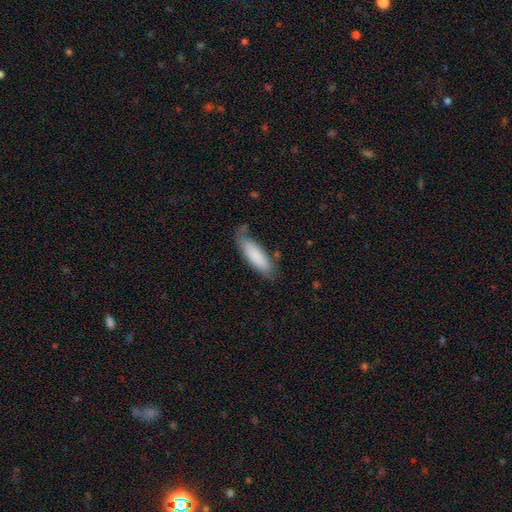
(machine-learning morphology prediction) Smooth or featured: smooth — 83% (featured or disk — 11%)
How rounded: in between — 52% (cigar-shaped — 47%)
Merging: none — 63% (minor disturbance — 26%)